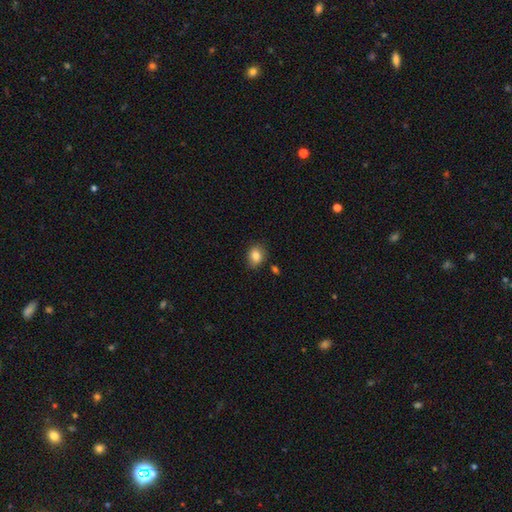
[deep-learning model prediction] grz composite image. It shows a smooth galaxy with no disk features (84%) that is in between round and cigar-shaped (50%). Merging: none (81%).